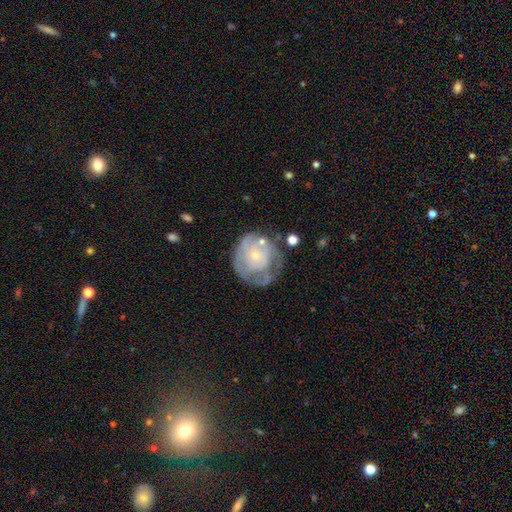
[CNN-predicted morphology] The model was most divided on "spiral arms": yes: 54%, no: 46%. Remaining: edge-on disk — no (97%); bar — no (85%); bulge size — small (72%); smooth or featured — featured or disk (61%); merging — none (45%).